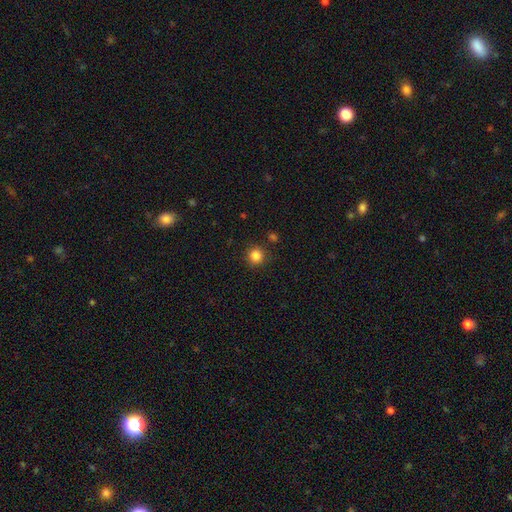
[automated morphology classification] A smooth galaxy with no disk features (84%) that is round (93%). Merging: none (88%).